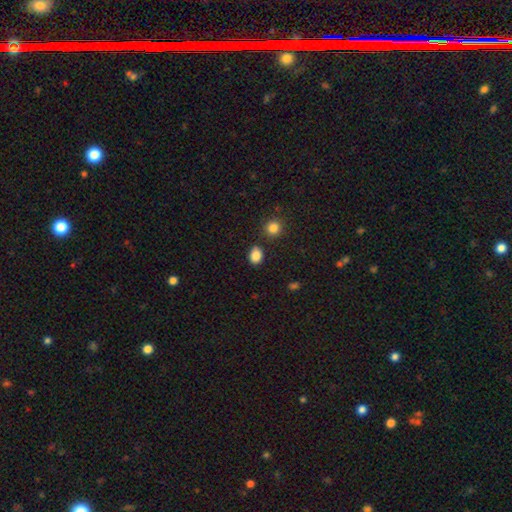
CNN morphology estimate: Smooth or featured? smooth (86%)
How rounded? in between (57%)
Merging? none (80%)